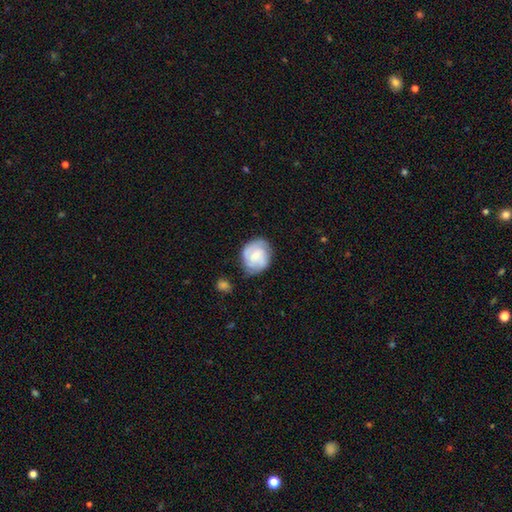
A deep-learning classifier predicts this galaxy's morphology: Overall: featured or disk (62%; smooth 32%). Edge-on disk: no (98%). Bar: weak (47%; no 44%). Spiral arms: yes (90%). Spiral arm count: 2 (46%; 3 22%). Spiral winding: tight (48%; medium 40%). Bulge size: small (52%; moderate 39%). Merging: none (69%).